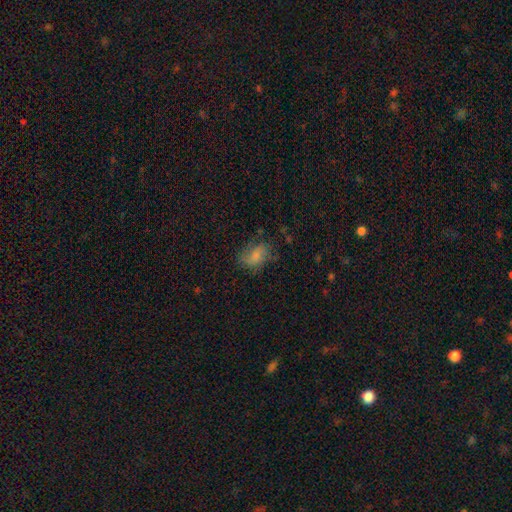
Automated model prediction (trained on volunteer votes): Overall: smooth (72%). How rounded: in between (82%). Merging: none (59%; minor disturbance 25%).